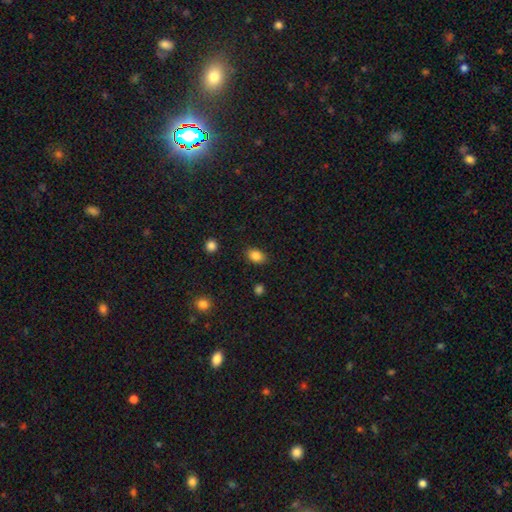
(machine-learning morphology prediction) Smooth or featured?
  - smooth: 85% *
  - star or artifact: 9%
  - featured or disk: 5%
How rounded?
  - in between: 80% *
  - round: 18%
  - cigar-shaped: 1%
Merging?
  - none: 85% *
  - minor disturbance: 11%
  - major disturbance: 3%
  - merger: 1%